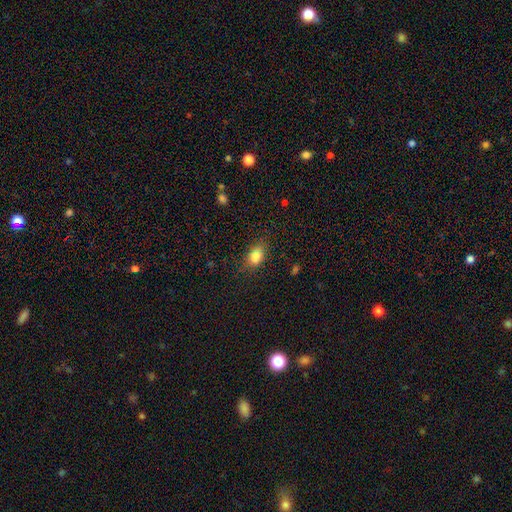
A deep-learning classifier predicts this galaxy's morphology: The model was most divided on "merging": none: 70%, minor disturbance: 19%, merger: 6%, major disturbance: 5%. More confident: how rounded — in between (78%); smooth or featured — smooth (77%).